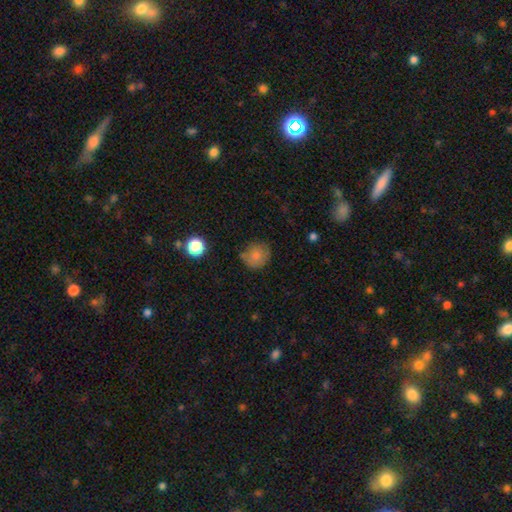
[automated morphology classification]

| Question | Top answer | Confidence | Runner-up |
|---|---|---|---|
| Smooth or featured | smooth | 78% | featured or disk (11%) |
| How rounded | round | 89% | in between (10%) |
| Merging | none | 66% | minor disturbance (23%) |